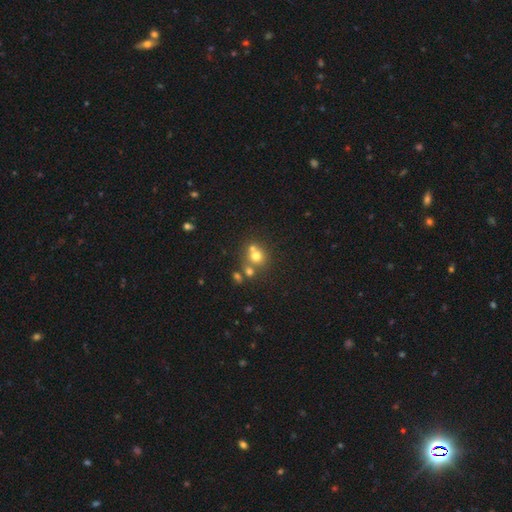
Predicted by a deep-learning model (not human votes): Overall: smooth (69%). How rounded: round (82%). Merging: none (49%; merger 39%).